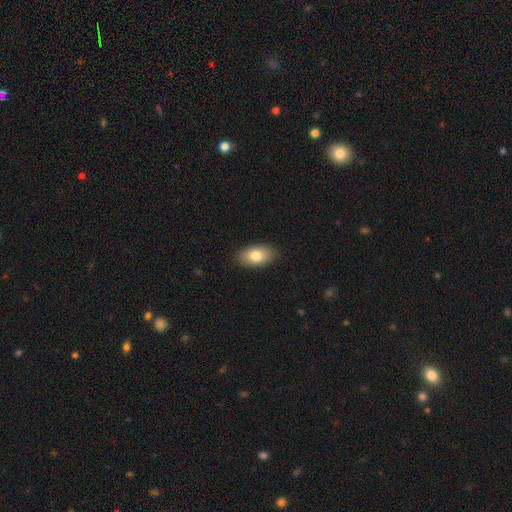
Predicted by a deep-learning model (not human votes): smooth-or-featured: smooth: 80% | featured or disk: 13% | star or artifact: 7%
  how-rounded: in between: 93% | round: 5% | cigar-shaped: 2%
  merging: none: 88% | minor disturbance: 9% | major disturbance: 2% | merger: 1%